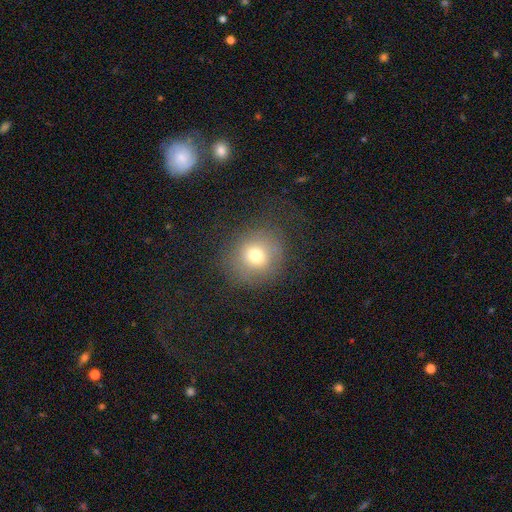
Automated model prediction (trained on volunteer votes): This appears to be a smooth galaxy with no disk features (71%) that is round (88%). Merging: none (74%).